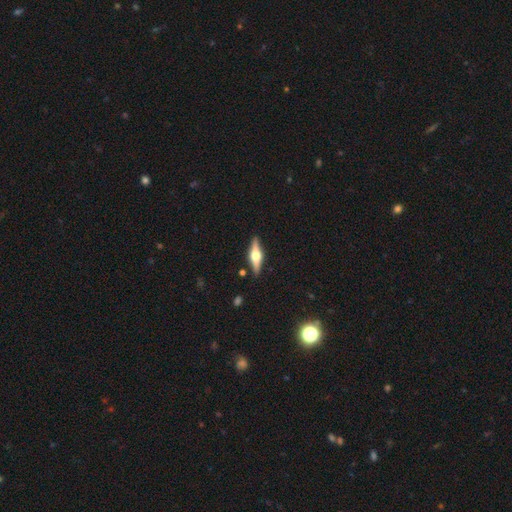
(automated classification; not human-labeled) Morphology: type=featured or disk (70%); edge-on=yes (96%); edge-on bulge=rounded (94%); merging=none (88%).